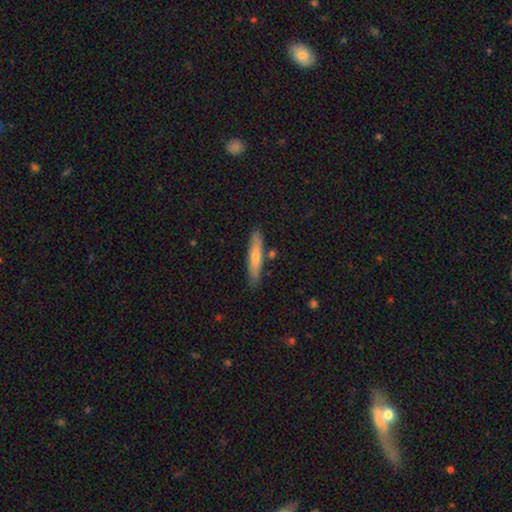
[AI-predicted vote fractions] Smooth or featured: smooth — 57% (featured or disk — 36%)
How rounded: cigar-shaped — 89% (in between — 9%)
Merging: none — 84% (minor disturbance — 10%)